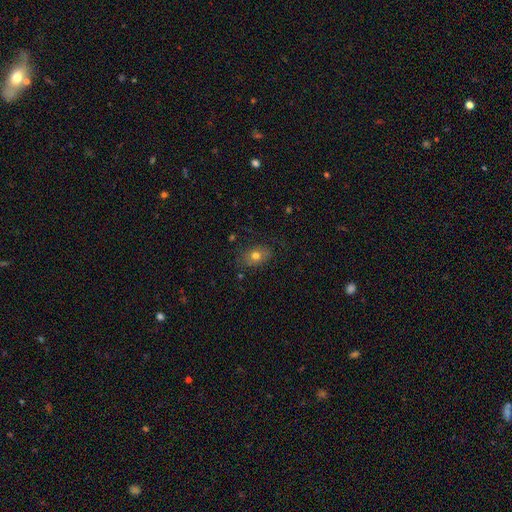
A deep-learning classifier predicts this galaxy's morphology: Overall: smooth (71%). How rounded: in between (70%). Merging: none (74%).